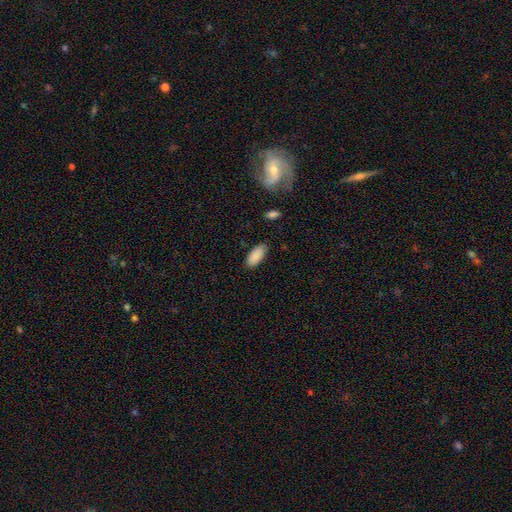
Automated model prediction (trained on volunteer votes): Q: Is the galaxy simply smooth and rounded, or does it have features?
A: smooth — 88%.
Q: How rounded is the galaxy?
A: in between — 90%.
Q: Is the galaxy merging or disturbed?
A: none — 84%.